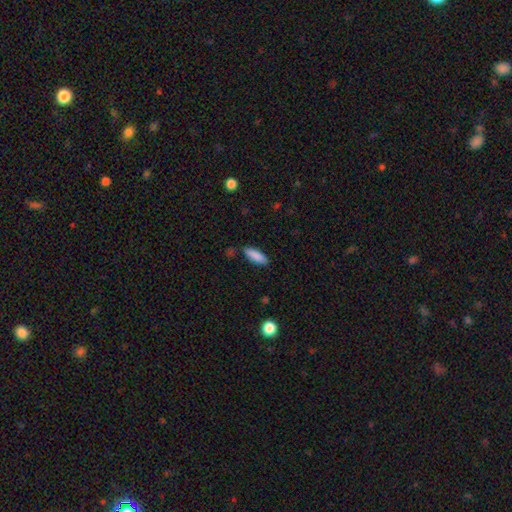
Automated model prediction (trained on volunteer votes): smooth_or_featured: smooth (p=0.87) [alt: featured or disk p=0.07]
how_rounded: in between (p=0.56) [alt: cigar-shaped p=0.42]
merging: none (p=0.82) [alt: minor disturbance p=0.13]